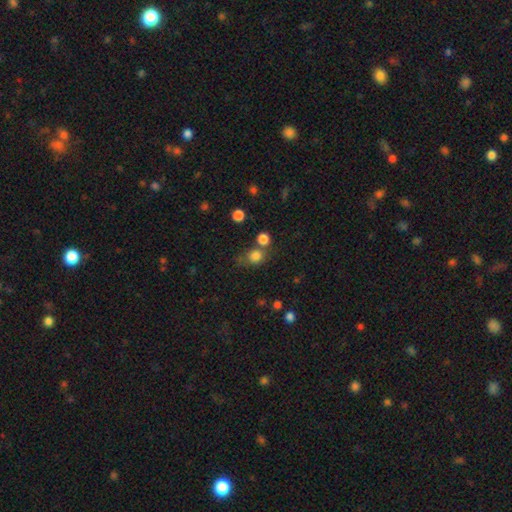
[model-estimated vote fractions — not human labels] Smooth or featured: smooth — 80% (star or artifact — 14%)
How rounded: round — 76% (in between — 23%)
Merging: none — 56% (merger — 24%)